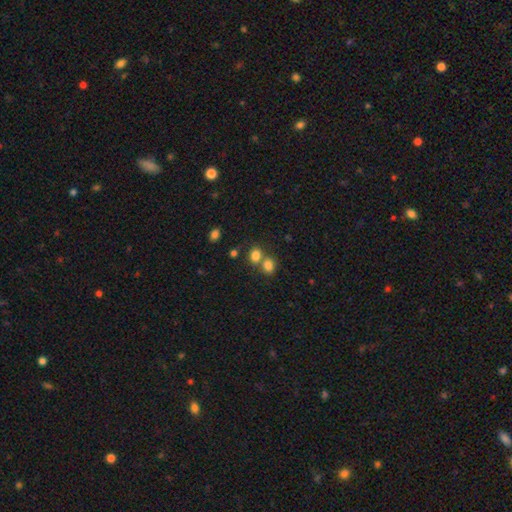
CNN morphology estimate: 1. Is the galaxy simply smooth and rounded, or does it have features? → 80% smooth, 13% star or artifact, 7% featured or disk.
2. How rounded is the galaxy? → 51% round, 48% in between, 1% cigar-shaped.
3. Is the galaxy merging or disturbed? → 45% merger, 43% none, 8% minor disturbance, 4% major disturbance.